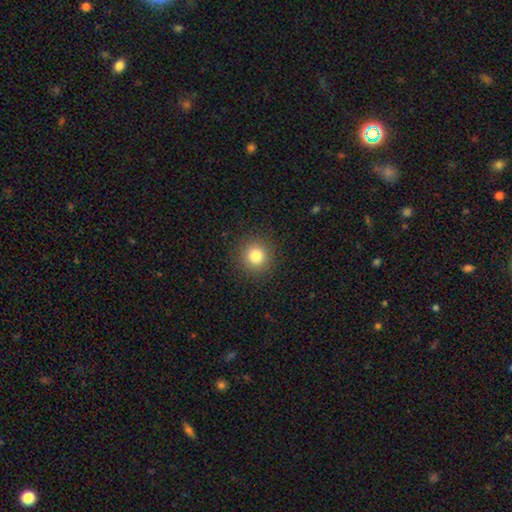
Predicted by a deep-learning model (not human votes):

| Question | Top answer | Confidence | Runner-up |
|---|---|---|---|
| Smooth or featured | smooth | 80% | star or artifact (13%) |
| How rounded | round | 94% | in between (5%) |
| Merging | none | 91% | minor disturbance (6%) |